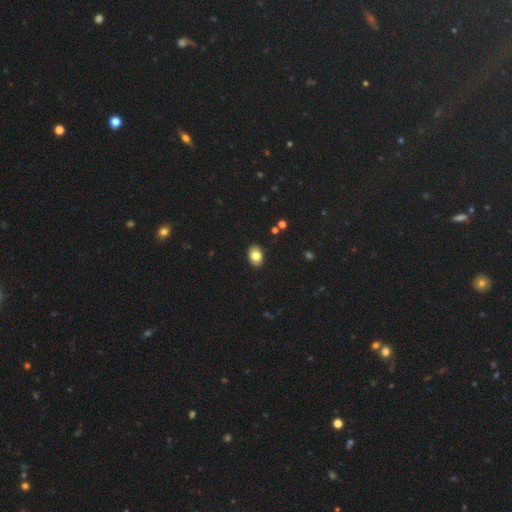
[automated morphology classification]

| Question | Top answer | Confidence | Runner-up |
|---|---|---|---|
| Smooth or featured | smooth | 81% | featured or disk (11%) |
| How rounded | in between | 80% | round (19%) |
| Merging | none | 90% | minor disturbance (7%) |